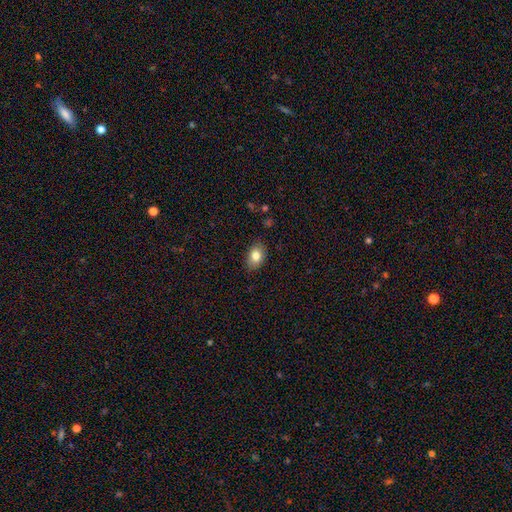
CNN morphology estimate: This appears to be a smooth galaxy with no disk features (81%) that is in between round and cigar-shaped (82%). Merging: none (85%).